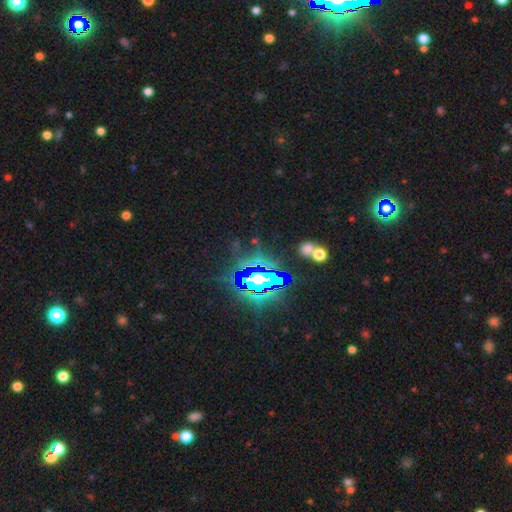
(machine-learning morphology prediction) This appears to be a star or artifact, not a galaxy (81%).